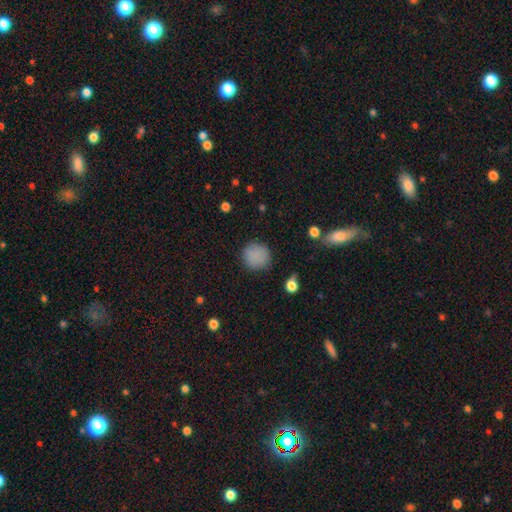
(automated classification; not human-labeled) This appears to be a smooth galaxy with no disk features (85%) that is round (91%). Merging: none (84%).